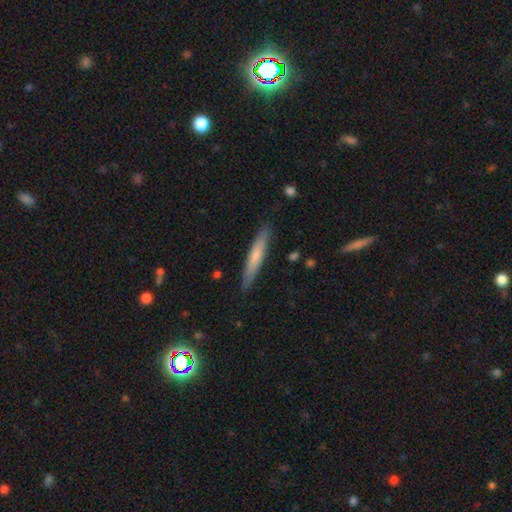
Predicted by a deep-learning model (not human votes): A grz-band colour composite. It shows a smooth galaxy with no disk features (63%) that is cigar-shaped (93%). Merging: none (88%).